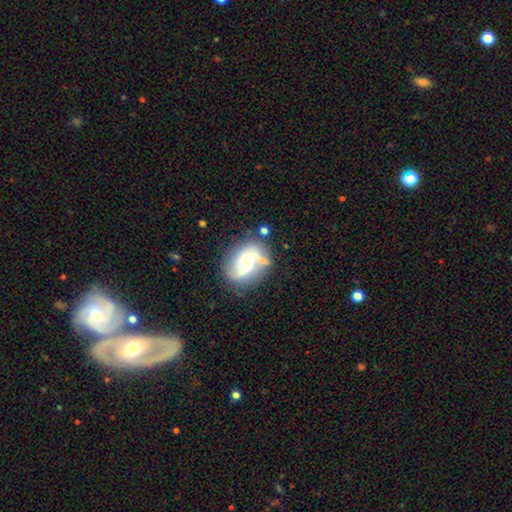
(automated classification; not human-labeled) Smooth or featured: featured or disk — 74% (smooth — 18%)
Edge-on disk: no — 97% (yes — 3%)
Bar: no — 54% (weak — 37%)
Spiral arms: yes — 90% (no — 10%)
Spiral winding: medium — 44% (loose — 40%)
Spiral arm count: 2 — 82% (can't tell — 7%)
Bulge size: moderate — 48% (small — 40%)
Merging: none — 57% (minor disturbance — 21%)